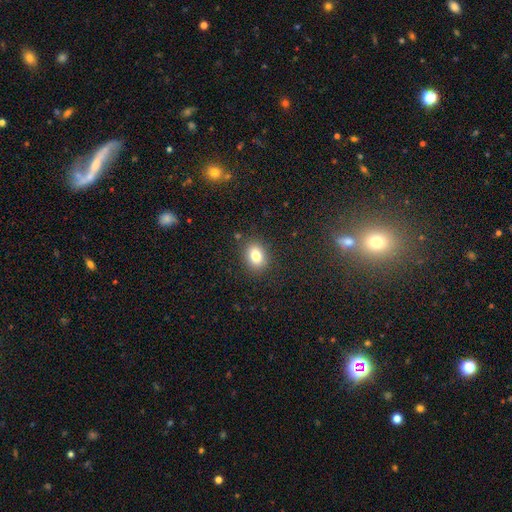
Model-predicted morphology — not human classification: smooth-or-featured: smooth: 81% | star or artifact: 11% | featured or disk: 8%
  how-rounded: in between: 59% | round: 40% | cigar-shaped: 1%
  merging: none: 85% | minor disturbance: 10% | major disturbance: 3% | merger: 2%